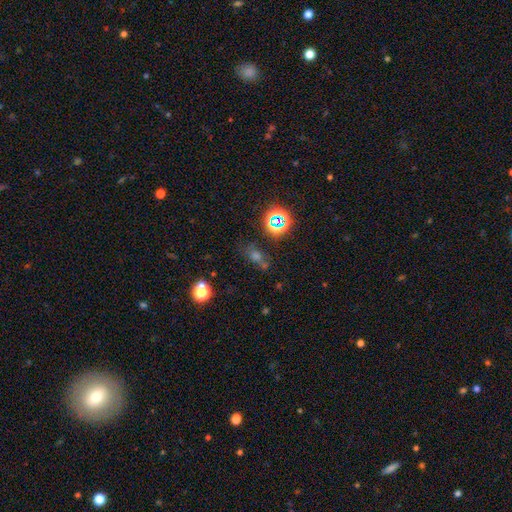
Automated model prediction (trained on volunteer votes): Smooth or featured? Predicted: smooth (p=0.43, tied with star or artifact). Merging? Predicted: none (p=0.63).